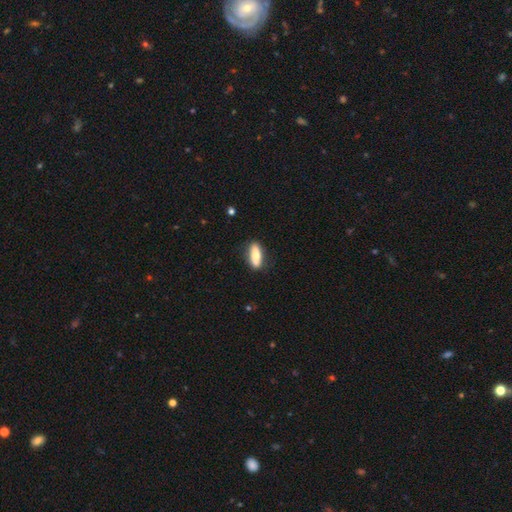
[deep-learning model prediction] This is likely a smooth galaxy (73%). How rounded: possibly in between (58%). Merging: clearly none (81%).